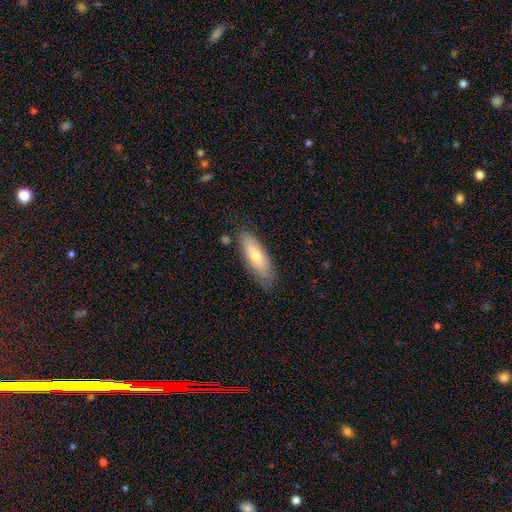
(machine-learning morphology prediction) smooth 65%, featured or disk 29%, star or artifact 6%. Down the decision tree: how rounded — in between (53%); merging — none (78%).